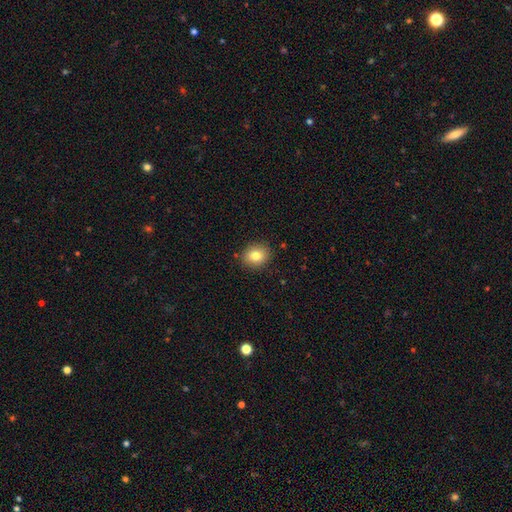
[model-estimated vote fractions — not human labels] Smooth or featured? Predicted: smooth (p=0.80). How rounded? Predicted: round (p=0.66). Merging? Predicted: none (p=0.88).